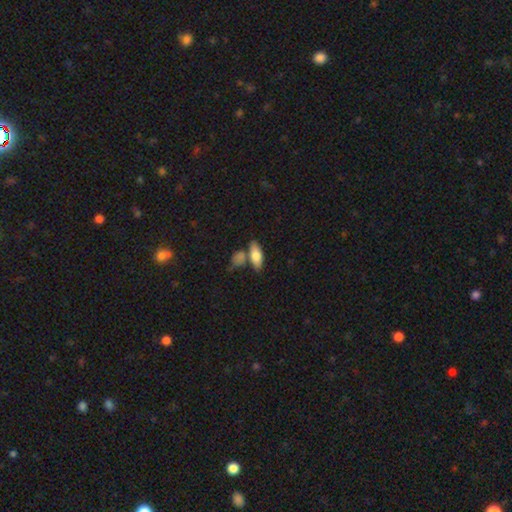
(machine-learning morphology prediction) smooth 78%, featured or disk 16%, star or artifact 6%. Down the decision tree: how rounded — in between (79%); merging — none (59%).